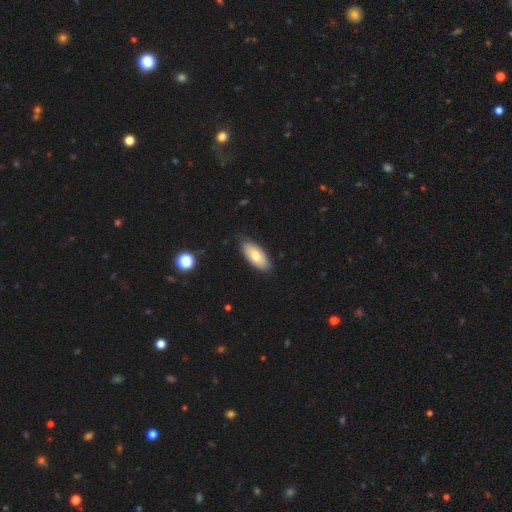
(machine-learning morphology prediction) Smooth or featured? Predicted: smooth (p=0.74). How rounded? Predicted: in between (p=0.88). Merging? Predicted: none (p=0.83).